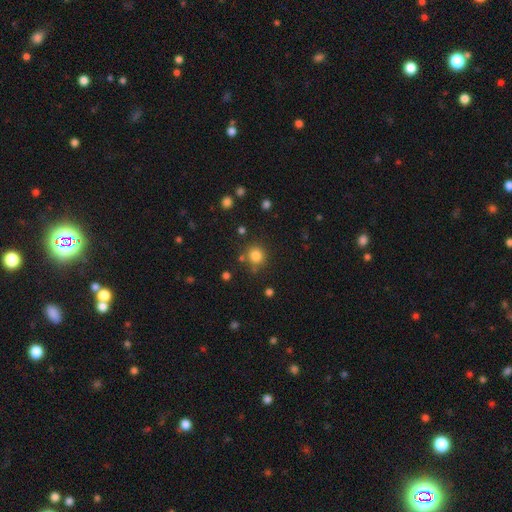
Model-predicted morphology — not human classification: Smooth or featured: smooth — 82% (star or artifact — 13%)
How rounded: round — 92% (in between — 7%)
Merging: none — 80% (minor disturbance — 10%)